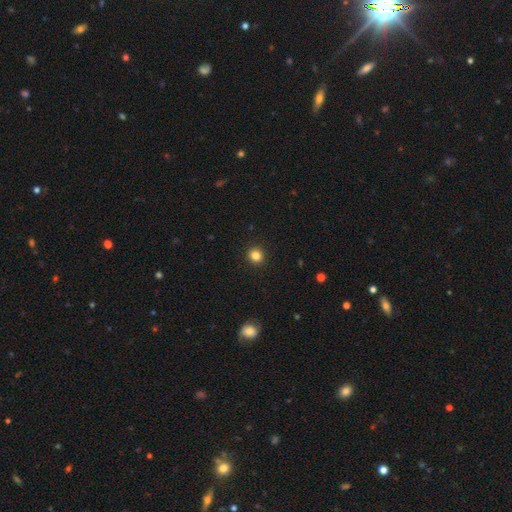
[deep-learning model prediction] smooth_or_featured: smooth (p=0.83) [alt: star or artifact p=0.12]
how_rounded: round (p=0.91) [alt: in between p=0.08]
merging: none (p=0.93) [alt: minor disturbance p=0.04]